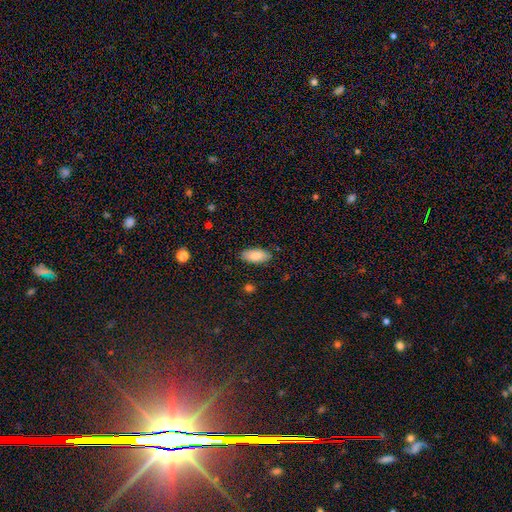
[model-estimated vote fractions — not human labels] This is clearly a smooth galaxy (82%). How rounded: clearly in between (90%). Merging: clearly none (86%).